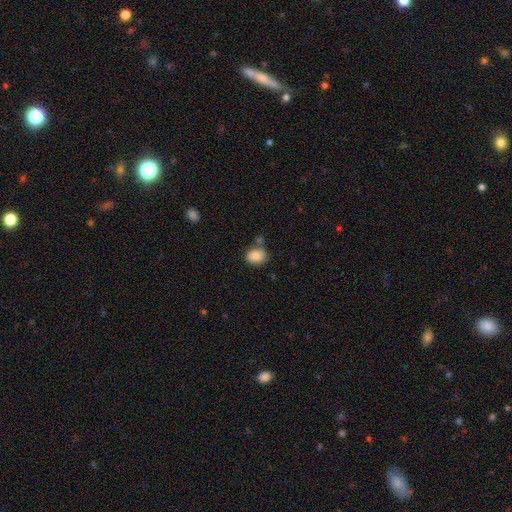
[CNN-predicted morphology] The model was most divided on "how rounded": in between: 54%, round: 45%, cigar-shaped: 1%. More confident: smooth or featured — smooth (86%); merging — none (65%).